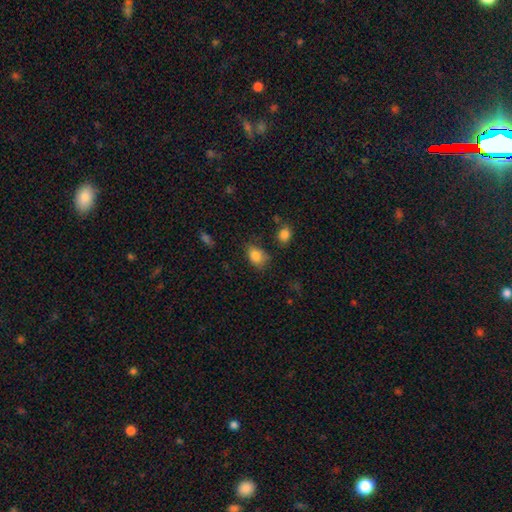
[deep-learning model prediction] Q: Smooth or featured?
A: smooth (84%); runner-up: star or artifact (10%)
Q: How rounded?
A: in between (69%); runner-up: round (29%)
Q: Merging?
A: none (66%); runner-up: minor disturbance (24%)